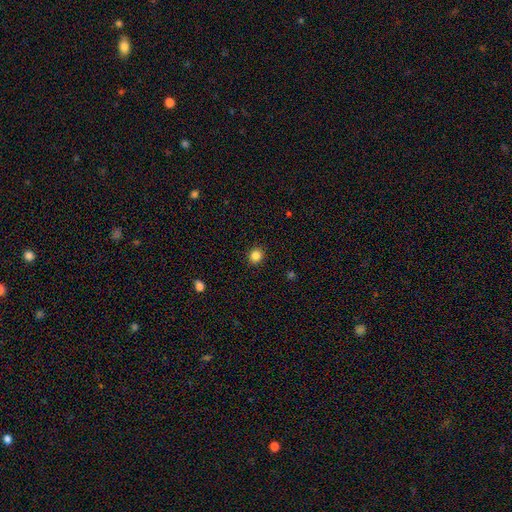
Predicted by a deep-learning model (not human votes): Smooth or featured? Predicted: smooth (p=0.84). How rounded? Predicted: round (p=0.84). Merging? Predicted: none (p=0.92).